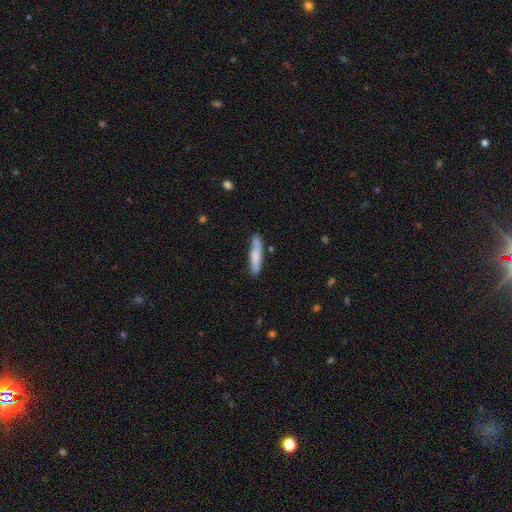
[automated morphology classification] The model was most divided on "smooth or featured": smooth: 74%, featured or disk: 21%, star or artifact: 6%. More confident: how rounded — cigar-shaped (84%); merging — none (79%).